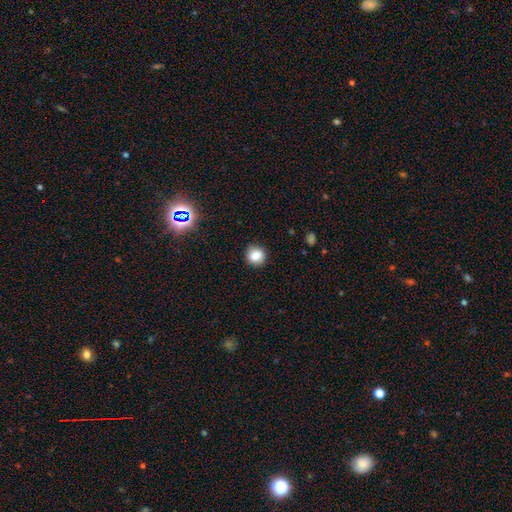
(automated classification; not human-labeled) Smooth or featured? Predicted: smooth (p=0.81). How rounded? Predicted: round (p=0.86). Merging? Predicted: none (p=0.87).